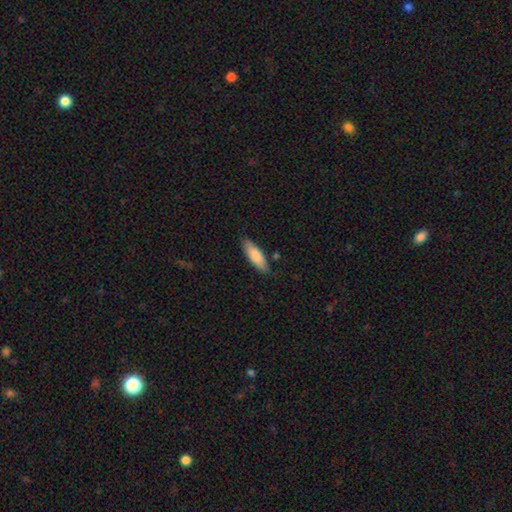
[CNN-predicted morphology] type=smooth (84%); roundness=in between (56%); merging=none (83%).